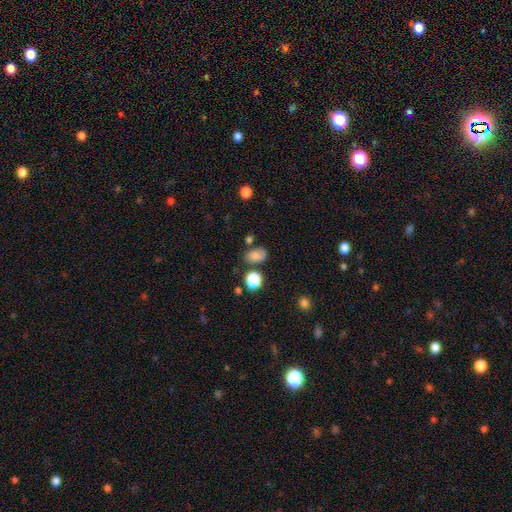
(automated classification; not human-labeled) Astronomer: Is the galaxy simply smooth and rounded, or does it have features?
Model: smooth — 71%.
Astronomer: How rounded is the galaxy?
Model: in between — 75%.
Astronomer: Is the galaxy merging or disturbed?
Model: none — 59%.